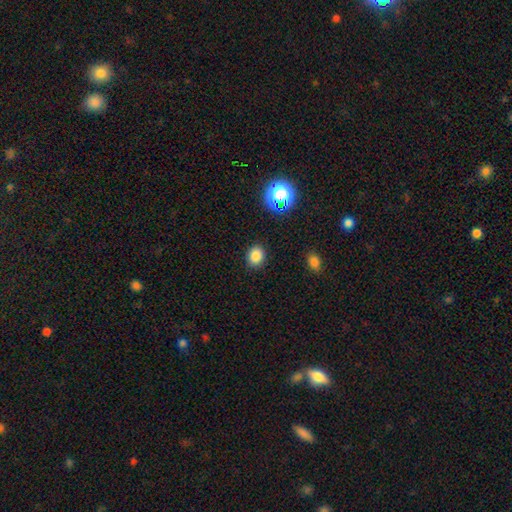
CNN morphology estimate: The model was most divided on "how rounded": round: 61%, in between: 38%, cigar-shaped: 1%. More confident: merging — none (88%); smooth or featured — smooth (81%).